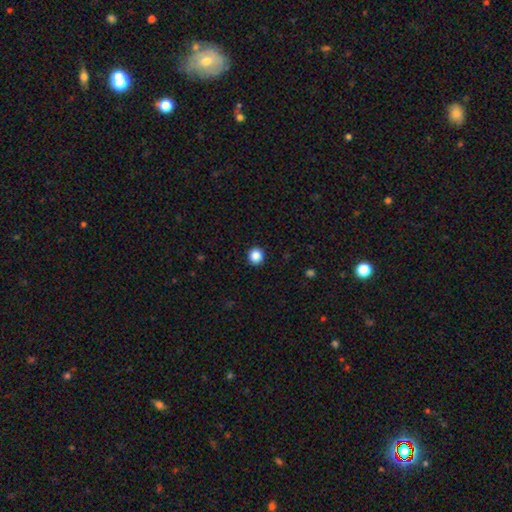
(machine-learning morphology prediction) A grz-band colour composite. It shows a smooth galaxy with no disk features (87%) that is round (92%). Merging: none (92%).